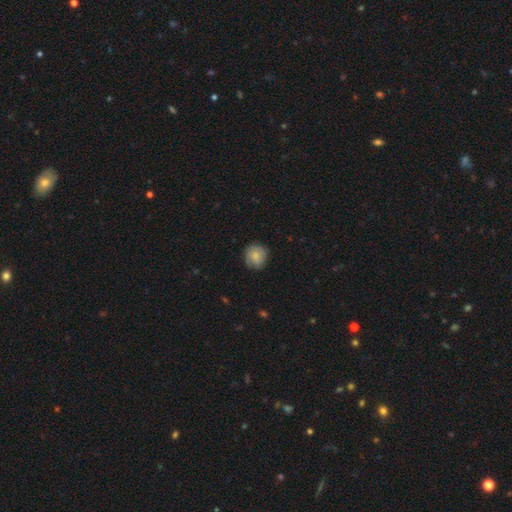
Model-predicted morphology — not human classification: Smooth or featured? smooth (73%)
How rounded? round (85%)
Merging? none (76%)